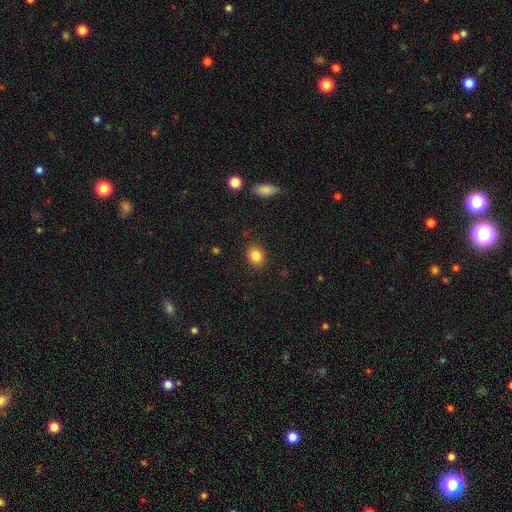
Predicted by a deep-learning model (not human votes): Q: Smooth or featured?
A: smooth (85%); runner-up: star or artifact (10%)
Q: How rounded?
A: round (50%); runner-up: in between (49%)
Q: Merging?
A: none (87%); runner-up: minor disturbance (9%)